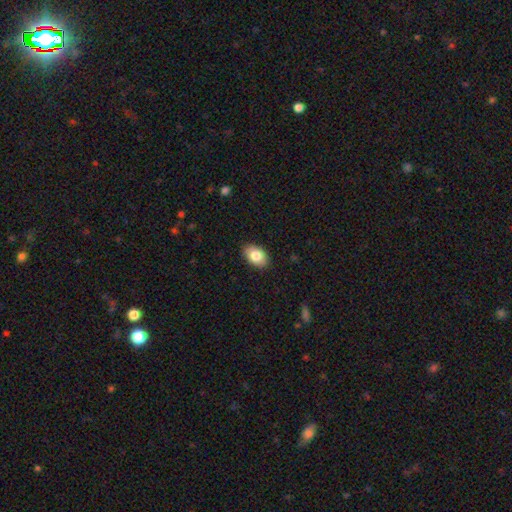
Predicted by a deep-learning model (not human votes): Morphology: type=smooth (84%); roundness=in between (88%); merging=none (89%).